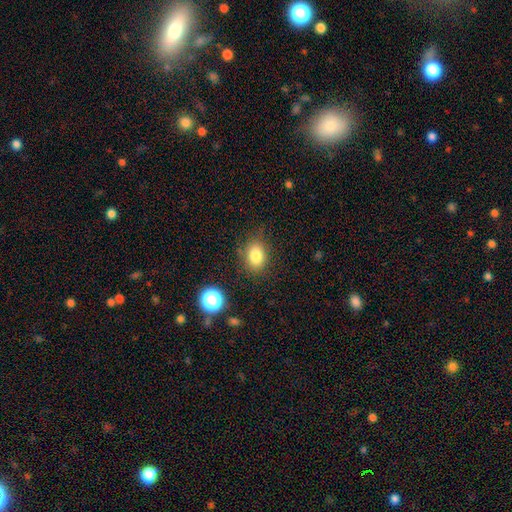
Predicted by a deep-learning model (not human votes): This is clearly a smooth galaxy (82%). How rounded: likely in between (68%). Merging: clearly none (80%).